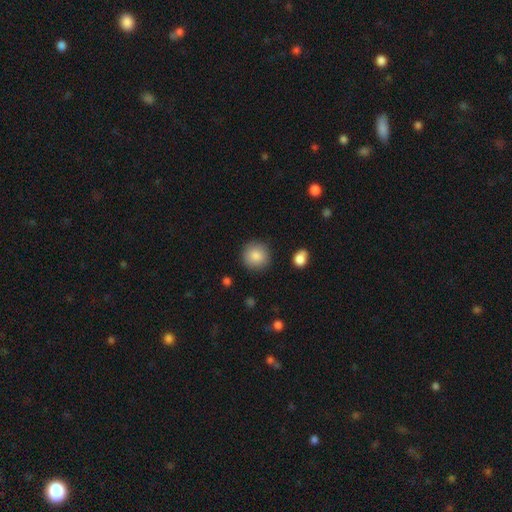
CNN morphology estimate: This appears to be a smooth galaxy with no disk features (86%) that is round (92%). Merging: none (88%).